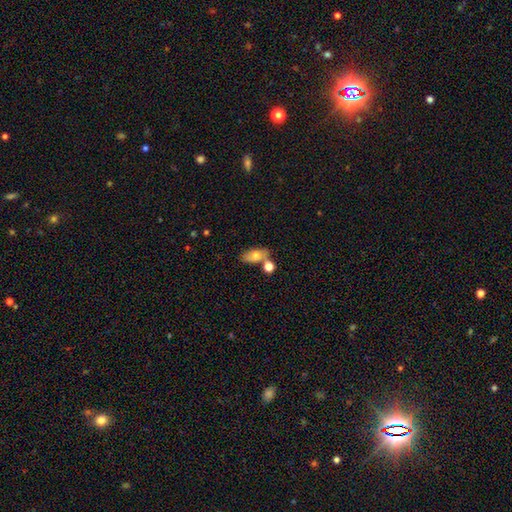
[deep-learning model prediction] This appears to be a smooth galaxy with no disk features (68%) that is in between round and cigar-shaped (85%). Merging: none (54%).